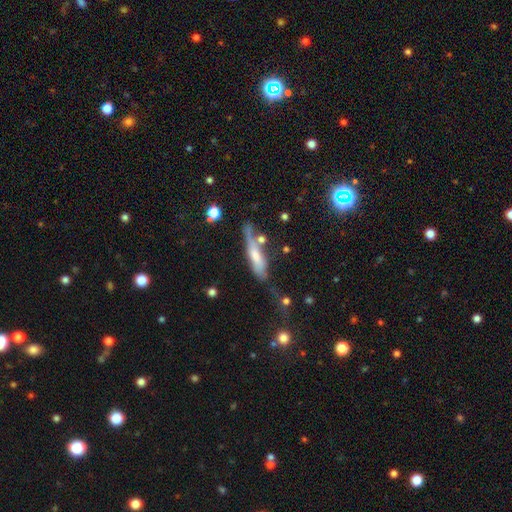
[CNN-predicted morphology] This is possibly a smooth galaxy (52%). How rounded: likely cigar-shaped (74%). Merging: marginally none (34%).